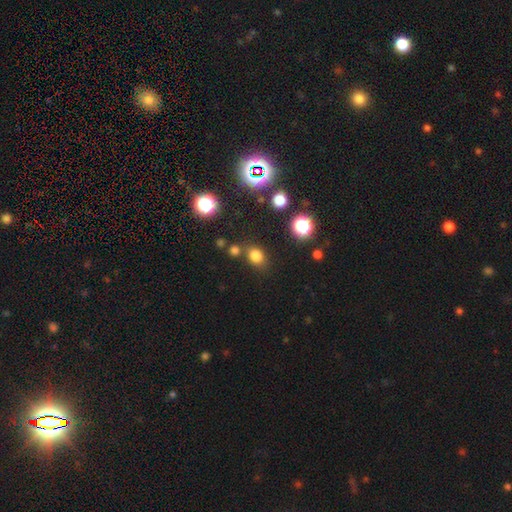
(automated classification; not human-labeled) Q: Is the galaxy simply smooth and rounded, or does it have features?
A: smooth — 77%.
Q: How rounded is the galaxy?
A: in between — 50%.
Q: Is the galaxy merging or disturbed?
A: none — 74%.